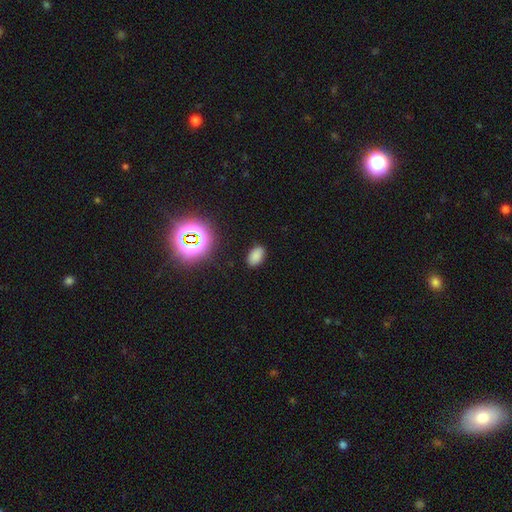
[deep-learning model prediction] This appears to be a smooth galaxy with no disk features (77%) that is in between round and cigar-shaped (91%). Merging: none (86%).